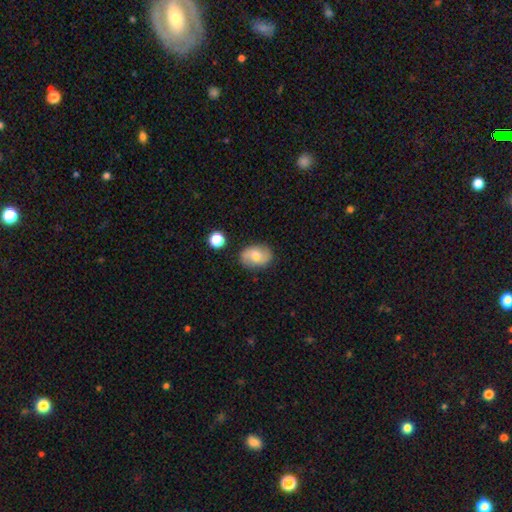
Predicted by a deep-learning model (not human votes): This appears to be a smooth galaxy with no disk features (57%) that is in between round and cigar-shaped (74%). Merging: none (82%).